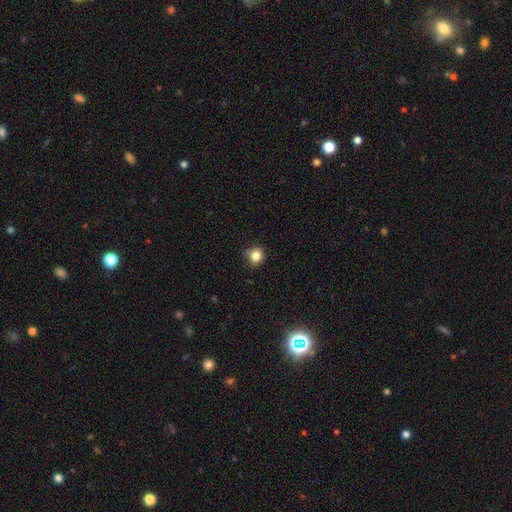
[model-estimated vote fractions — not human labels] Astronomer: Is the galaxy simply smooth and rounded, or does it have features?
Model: smooth — 83%.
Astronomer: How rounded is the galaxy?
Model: round — 88%.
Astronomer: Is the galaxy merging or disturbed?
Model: none — 79%.